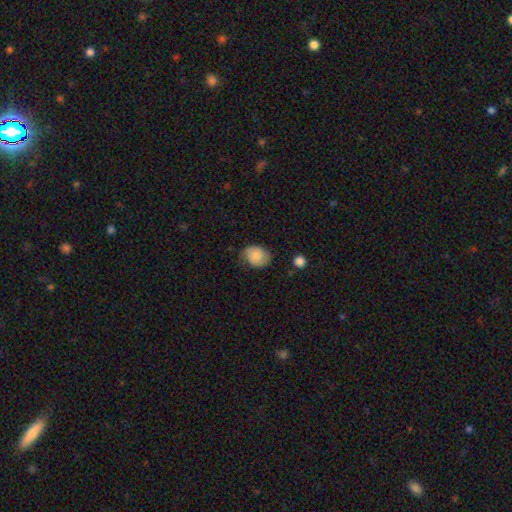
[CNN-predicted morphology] Overall: smooth (57%; featured or disk 34%). How rounded: in between (50%; round 49%). Merging: none (62%; minor disturbance 28%).